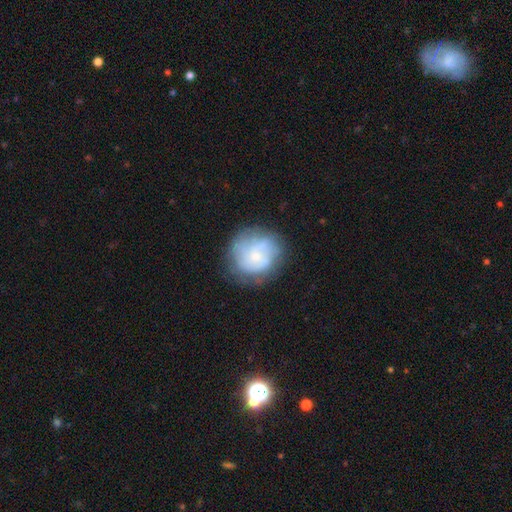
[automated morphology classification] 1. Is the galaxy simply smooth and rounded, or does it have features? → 47% featured or disk, 44% smooth, 9% star or artifact.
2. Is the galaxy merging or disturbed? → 69% none, 19% minor disturbance, 10% major disturbance, 2% merger.